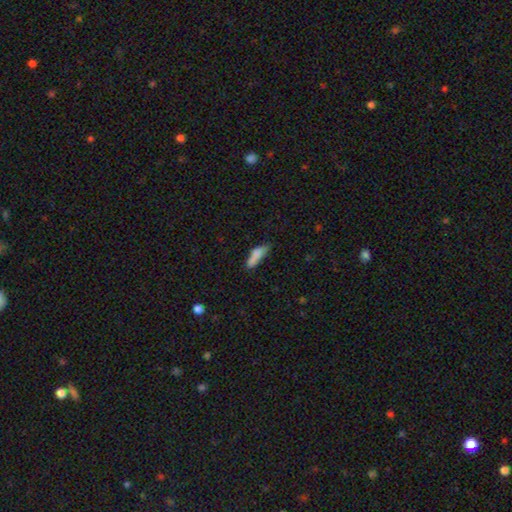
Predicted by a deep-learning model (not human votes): Morphology: type=smooth (80%); roundness=cigar-shaped (51%); merging=none (52%).